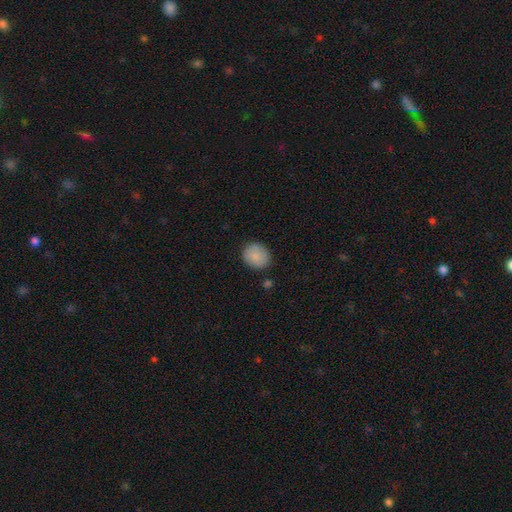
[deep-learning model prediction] Smooth or featured: smooth — 87% (star or artifact — 7%)
How rounded: round — 79% (in between — 20%)
Merging: none — 84% (minor disturbance — 11%)